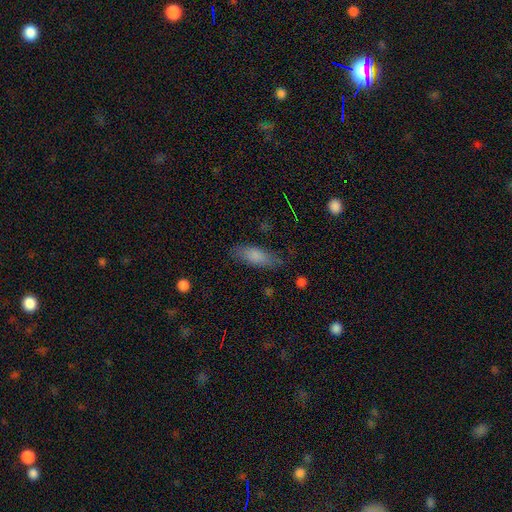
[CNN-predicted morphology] type=smooth (80%); roundness=in between (65%); merging=none (74%).